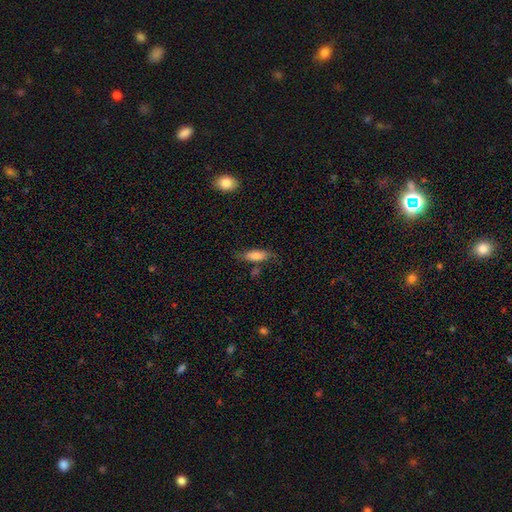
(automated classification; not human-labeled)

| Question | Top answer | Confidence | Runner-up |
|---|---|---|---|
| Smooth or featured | smooth | 74% | featured or disk (18%) |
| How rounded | in between | 58% | cigar-shaped (40%) |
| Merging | none | 68% | minor disturbance (21%) |